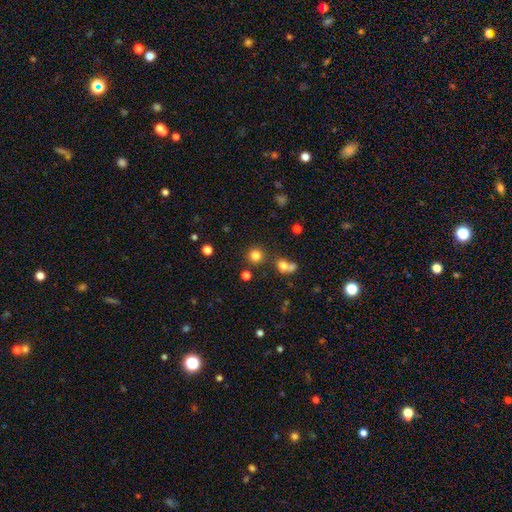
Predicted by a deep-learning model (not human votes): smooth-or-featured: smooth: 79% | star or artifact: 15% | featured or disk: 6%
  how-rounded: round: 93% | in between: 6% | cigar-shaped: 1%
  merging: none: 82% | merger: 9% | minor disturbance: 7% | major disturbance: 3%